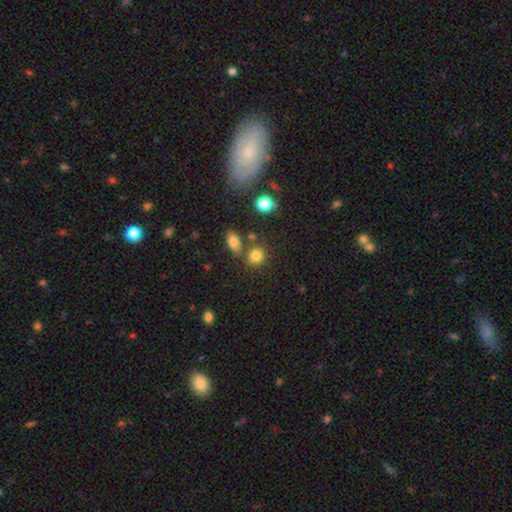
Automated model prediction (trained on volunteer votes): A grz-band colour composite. It shows a smooth galaxy with no disk features (80%) that is round (70%). Merging: none (67%).